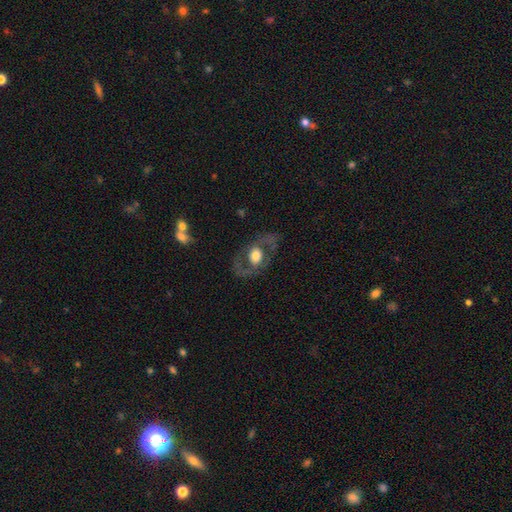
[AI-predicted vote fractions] Smooth or featured?
  - featured or disk: 61% *
  - smooth: 33%
  - star or artifact: 7%
Edge-on disk?
  - no: 93% *
  - yes: 7%
Bar?
  - no: 74% *
  - weak: 19%
  - strong: 7%
Spiral arms?
  - no: 56% *
  - yes: 44%
Bulge size?
  - moderate: 45% *
  - large: 44%
  - dominant: 5%
  - small: 5%
  - none: 1%
Merging?
  - none: 71% *
  - minor disturbance: 14%
  - major disturbance: 13%
  - merger: 2%